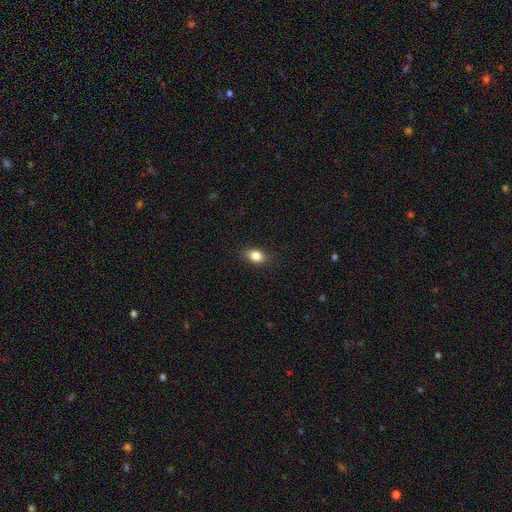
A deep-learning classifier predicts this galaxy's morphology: Smooth or featured? smooth (84%)
How rounded? in between (78%)
Merging? none (88%)